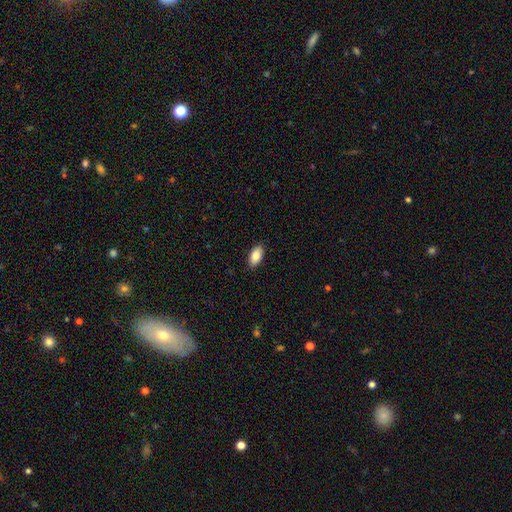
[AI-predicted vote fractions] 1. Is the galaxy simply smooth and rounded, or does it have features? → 84% smooth, 9% featured or disk, 7% star or artifact.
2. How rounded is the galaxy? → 92% in between, 4% cigar-shaped, 3% round.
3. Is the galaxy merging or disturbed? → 88% none, 9% minor disturbance, 2% major disturbance, 1% merger.